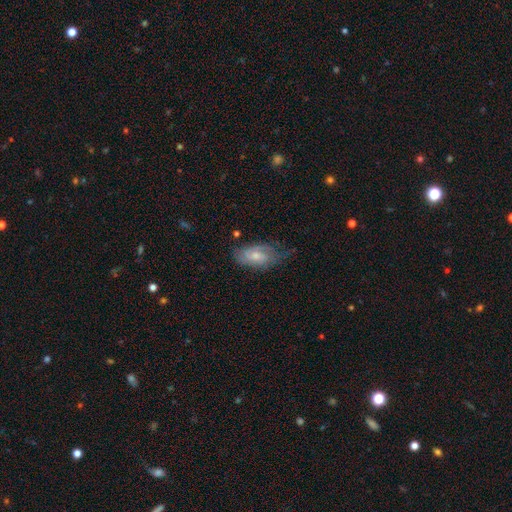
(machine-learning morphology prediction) Overall: smooth (49%; featured or disk 44%). Merging: none (49%; minor disturbance 34%).